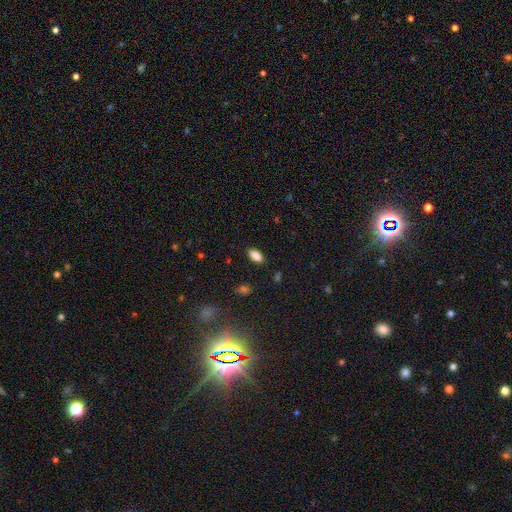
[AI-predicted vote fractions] Smooth or featured: smooth — 85% (star or artifact — 9%)
How rounded: in between — 91% (cigar-shaped — 6%)
Merging: none — 87% (minor disturbance — 9%)